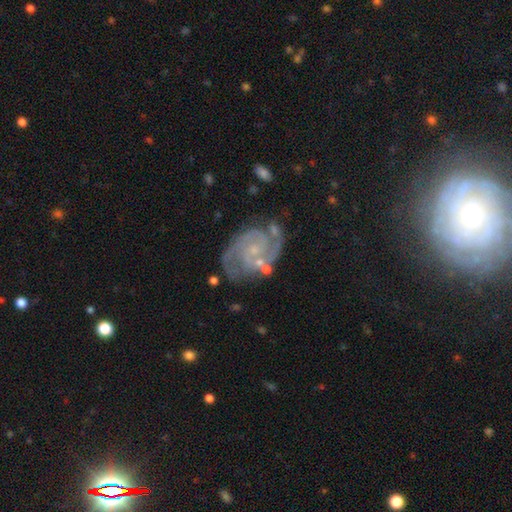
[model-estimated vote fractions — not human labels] Smooth or featured: featured or disk — 87% (star or artifact — 7%)
Edge-on disk: no — 98% (yes — 2%)
Bar: no — 61% (weak — 32%)
Spiral arms: yes — 97% (no — 3%)
Spiral winding: tight — 51% (medium — 40%)
Spiral arm count: 2 — 67% (3 — 12%)
Bulge size: small — 76% (moderate — 13%)
Merging: none — 69% (minor disturbance — 19%)